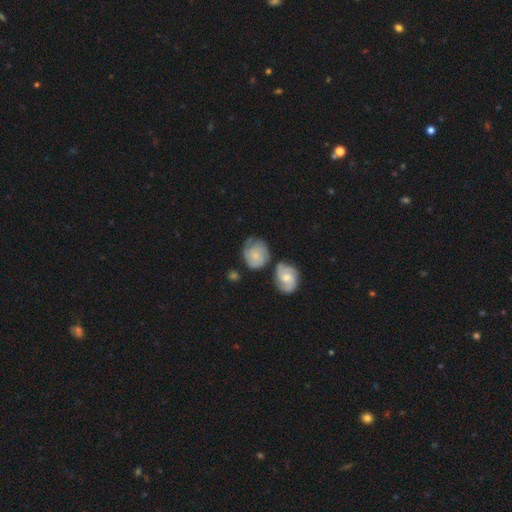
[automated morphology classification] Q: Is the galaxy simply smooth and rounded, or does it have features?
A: featured or disk — 52%.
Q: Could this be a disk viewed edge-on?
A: no — 97%.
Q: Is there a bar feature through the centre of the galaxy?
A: no — 74%.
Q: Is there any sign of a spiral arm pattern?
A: yes — 87%.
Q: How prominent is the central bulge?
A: small — 61%.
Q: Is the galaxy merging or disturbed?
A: none — 47%.